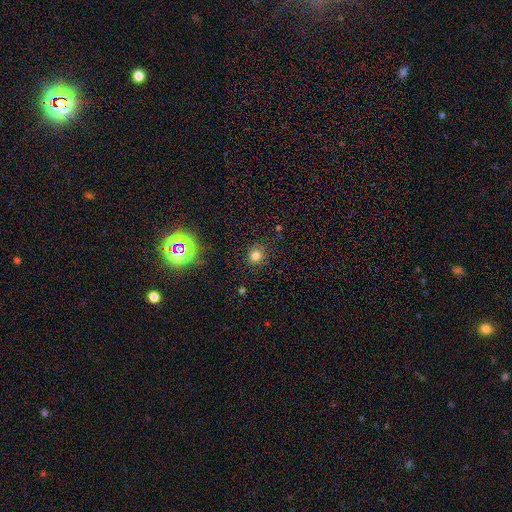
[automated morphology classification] Q: Smooth or featured?
A: smooth (74%); runner-up: star or artifact (19%)
Q: How rounded?
A: round (87%); runner-up: in between (12%)
Q: Merging?
A: none (85%); runner-up: minor disturbance (10%)